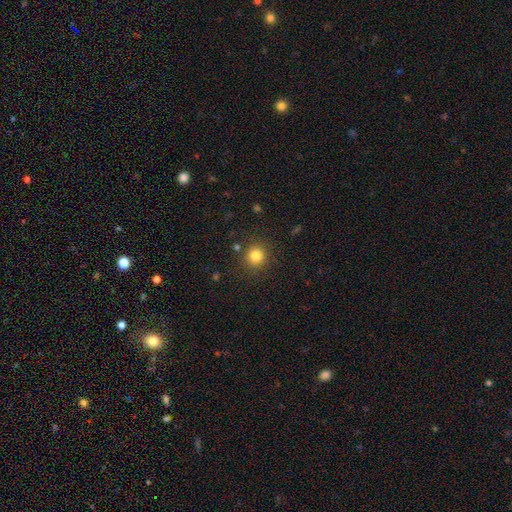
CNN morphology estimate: A smooth galaxy with no disk features (82%) that is round (92%). Merging: none (88%).